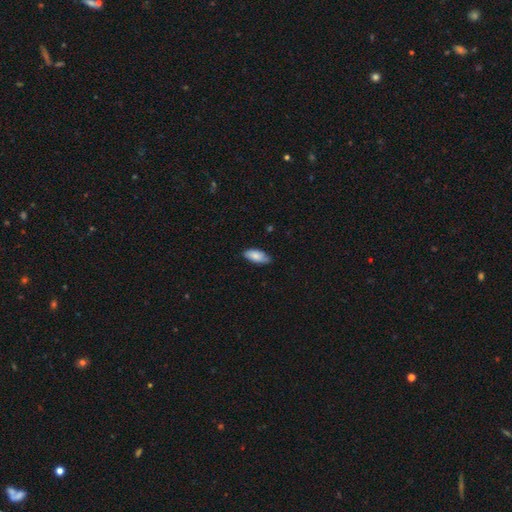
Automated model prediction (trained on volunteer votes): Smooth or featured?
  - smooth: 80% *
  - featured or disk: 14%
  - star or artifact: 6%
How rounded?
  - in between: 87% *
  - cigar-shaped: 11%
  - round: 2%
Merging?
  - none: 76% *
  - minor disturbance: 21%
  - major disturbance: 3%
  - merger: 1%